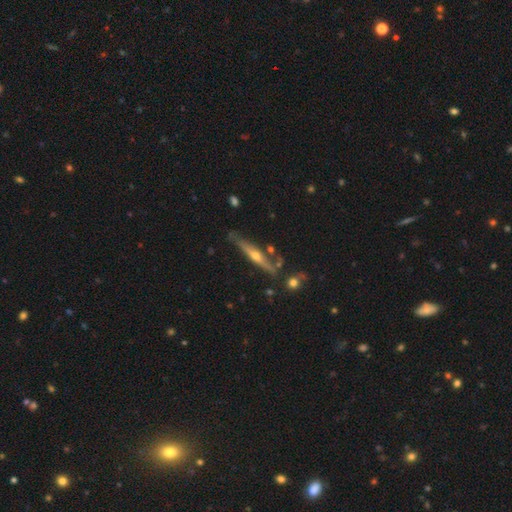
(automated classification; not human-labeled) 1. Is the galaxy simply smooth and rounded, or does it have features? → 76% featured or disk, 18% smooth, 6% star or artifact.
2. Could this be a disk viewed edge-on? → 96% yes, 4% no.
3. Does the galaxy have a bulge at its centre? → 90% rounded, 7% none, 3% boxy.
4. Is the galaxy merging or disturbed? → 75% none, 15% minor disturbance, 6% merger, 3% major disturbance.